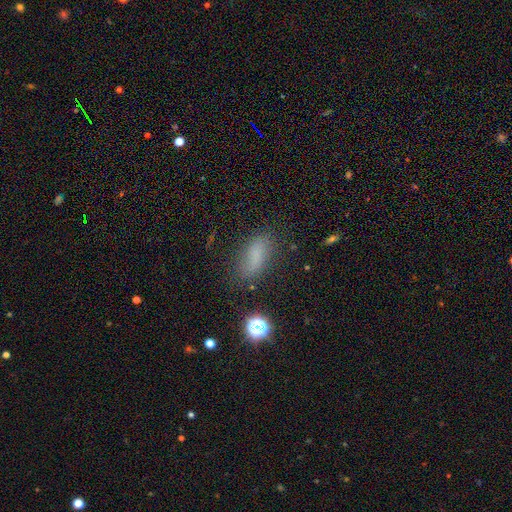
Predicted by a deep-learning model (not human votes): Q: Smooth or featured?
A: smooth (70%); runner-up: star or artifact (15%)
Q: How rounded?
A: in between (73%); runner-up: cigar-shaped (21%)
Q: Merging?
A: none (69%); runner-up: minor disturbance (21%)